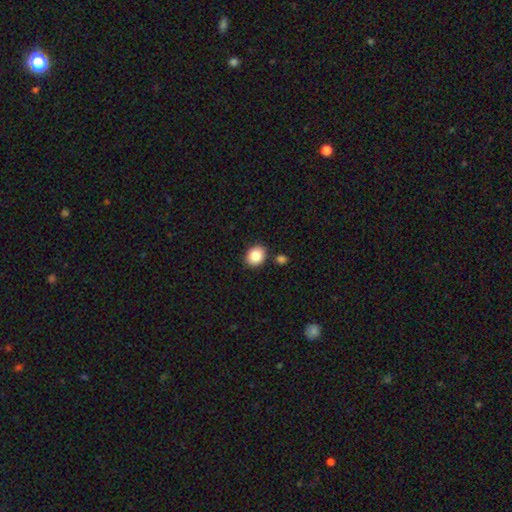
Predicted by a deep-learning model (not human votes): The model was most divided on "how rounded": round: 59%, in between: 40%, cigar-shaped: 1%. More confident: smooth or featured — smooth (85%); merging — none (85%).